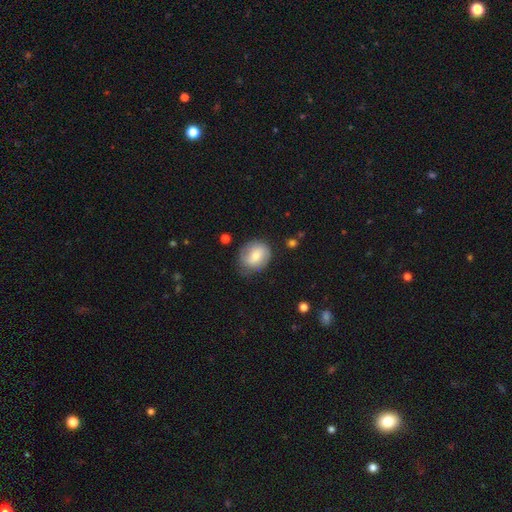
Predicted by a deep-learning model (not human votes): Smooth or featured: smooth — 59% (featured or disk — 33%)
How rounded: round — 57% (in between — 42%)
Merging: none — 67% (minor disturbance — 24%)